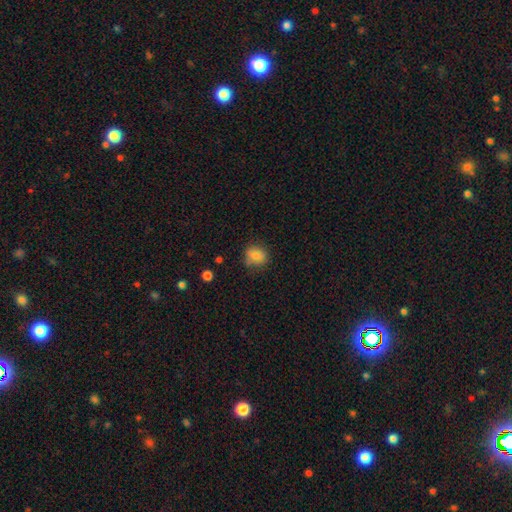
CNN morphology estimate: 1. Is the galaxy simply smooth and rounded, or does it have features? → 81% smooth, 10% star or artifact, 9% featured or disk.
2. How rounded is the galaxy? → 68% round, 31% in between, 1% cigar-shaped.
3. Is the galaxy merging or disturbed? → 74% none, 19% minor disturbance, 5% major disturbance, 2% merger.